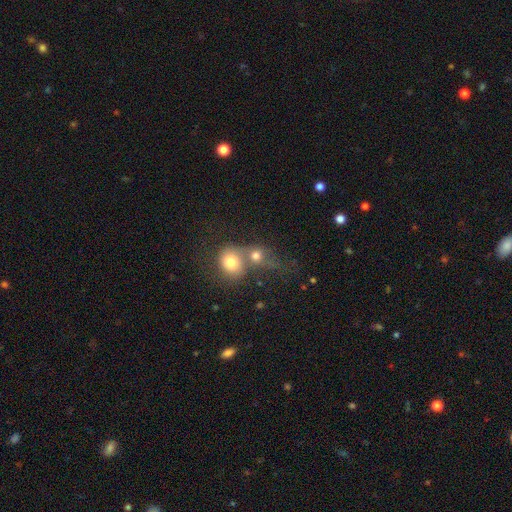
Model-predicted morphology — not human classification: Smooth or featured? Predicted: smooth (p=0.72). How rounded? Predicted: round (p=0.74). Merging? Predicted: merger (p=0.65).